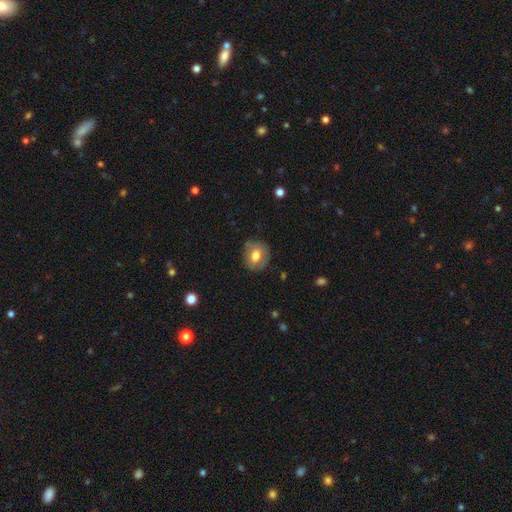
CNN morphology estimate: Smooth or featured: smooth — 62% (featured or disk — 30%)
How rounded: round — 64% (in between — 35%)
Merging: none — 77% (minor disturbance — 17%)